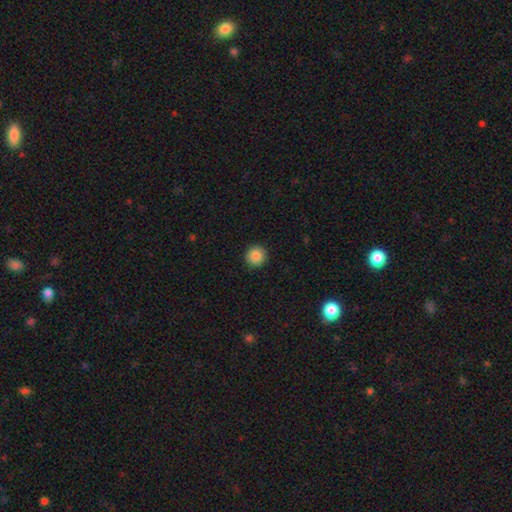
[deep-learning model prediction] A smooth galaxy with no disk features (86%) that is round (94%).

Vote fractions:
- Smooth or featured? smooth: 86% / star or artifact: 9% / featured or disk: 4%
- How rounded? round: 94% / in between: 5% / cigar-shaped: 1%
- Merging? none: 92% / minor disturbance: 5% / major disturbance: 2% / merger: 1%